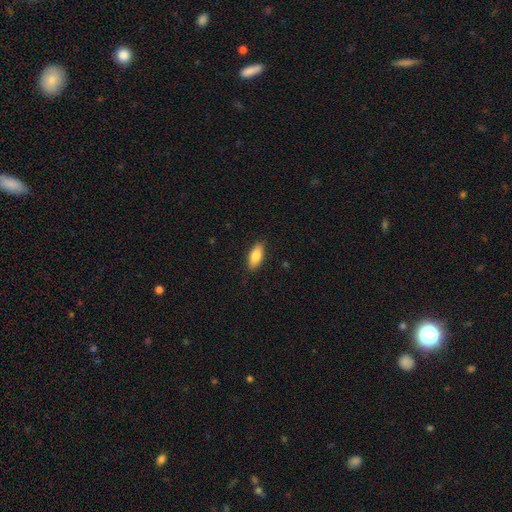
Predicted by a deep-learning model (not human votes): Smooth or featured? Predicted: smooth (p=0.84). How rounded? Predicted: in between (p=0.83). Merging? Predicted: none (p=0.88).